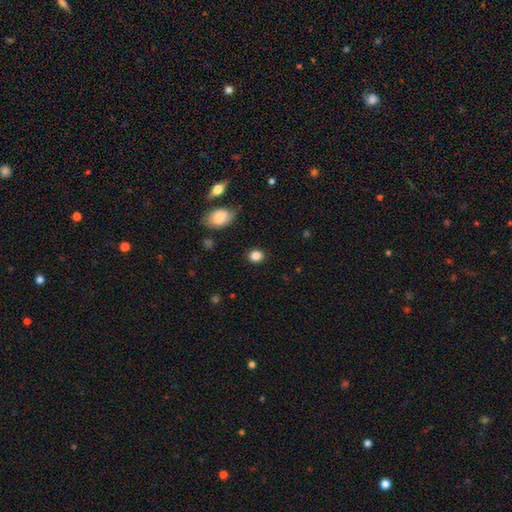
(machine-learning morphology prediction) Smooth or featured: smooth — 85% (star or artifact — 10%)
How rounded: round — 70% (in between — 28%)
Merging: none — 87% (minor disturbance — 8%)